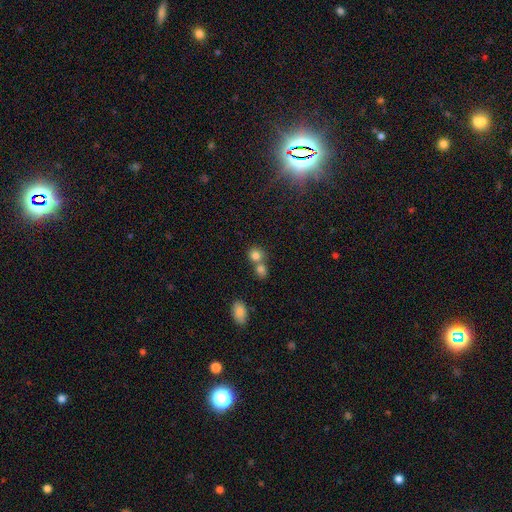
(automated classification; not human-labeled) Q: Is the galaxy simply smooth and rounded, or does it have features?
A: smooth — 80%.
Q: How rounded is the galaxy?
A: round — 76%.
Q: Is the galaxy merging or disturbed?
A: merger — 45%.